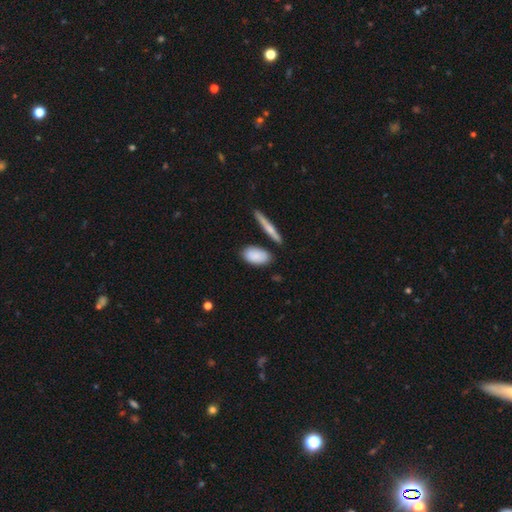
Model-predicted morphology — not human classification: Q: Smooth or featured?
A: smooth (84%); runner-up: featured or disk (10%)
Q: How rounded?
A: in between (88%); runner-up: cigar-shaped (8%)
Q: Merging?
A: none (72%); runner-up: minor disturbance (17%)